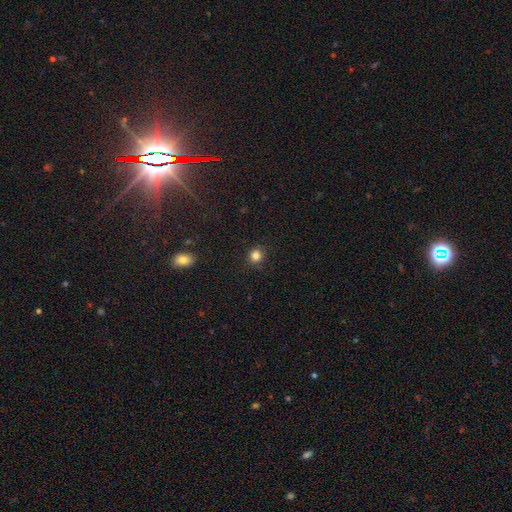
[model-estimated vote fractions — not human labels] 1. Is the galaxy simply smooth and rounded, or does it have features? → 83% smooth, 13% star or artifact, 4% featured or disk.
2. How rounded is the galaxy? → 87% round, 12% in between, 1% cigar-shaped.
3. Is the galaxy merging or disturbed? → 88% none, 9% minor disturbance, 2% major disturbance, 1% merger.